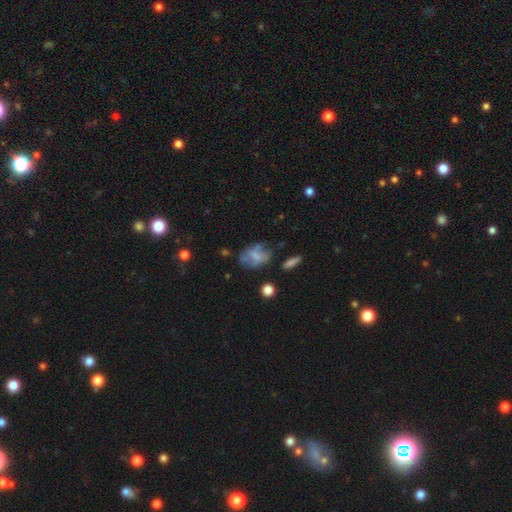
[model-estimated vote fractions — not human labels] This appears to be a smooth galaxy with no disk features (51%) that is in between round and cigar-shaped (78%). Merging: none (48%).